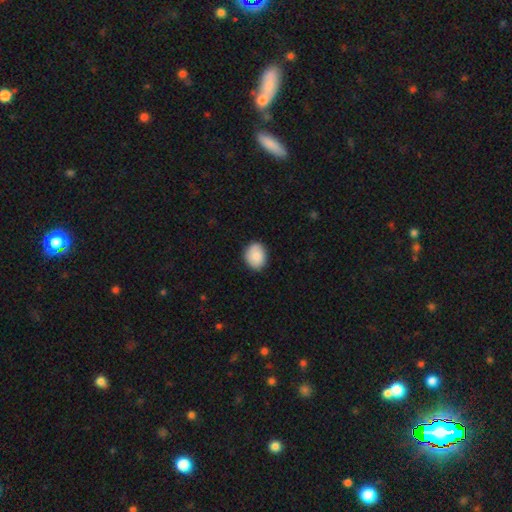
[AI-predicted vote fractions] The model was most divided on "how rounded": in between: 51%, round: 48%, cigar-shaped: 1%. More confident: merging — none (86%); smooth or featured — smooth (86%).